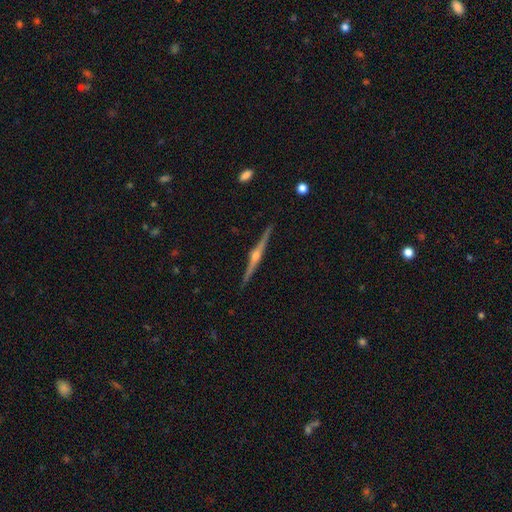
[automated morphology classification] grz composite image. It shows a featured or disk galaxy (87%) viewed edge-on (99%) with a rounded central bulge (93%). Merging: none (92%).